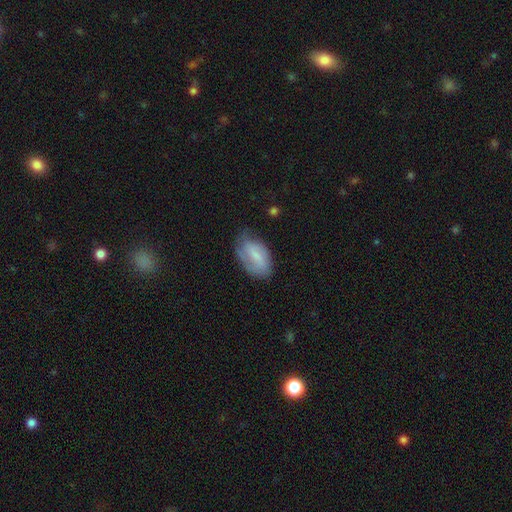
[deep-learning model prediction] A smooth galaxy with no disk features (49%). Merging: none (57%).